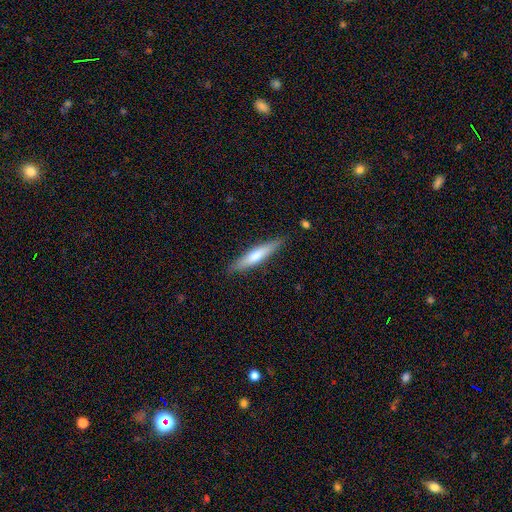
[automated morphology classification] Q: Smooth or featured?
A: smooth (54%); runner-up: featured or disk (41%)
Q: How rounded?
A: cigar-shaped (90%); runner-up: in between (9%)
Q: Merging?
A: none (89%); runner-up: minor disturbance (9%)